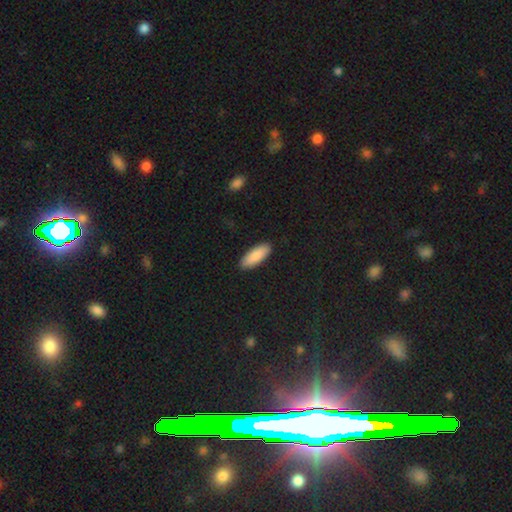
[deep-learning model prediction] smooth-or-featured: smooth: 89% | featured or disk: 6% | star or artifact: 5%
  how-rounded: in between: 69% | cigar-shaped: 30% | round: 2%
  merging: none: 91% | minor disturbance: 7% | major disturbance: 2% | merger: 1%